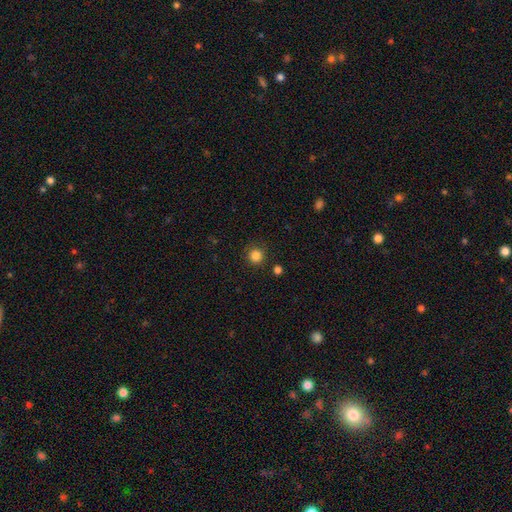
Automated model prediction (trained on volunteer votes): A smooth galaxy with no disk features (84%) that is round (95%).

Vote fractions:
- Smooth or featured? smooth: 84% / star or artifact: 12% / featured or disk: 4%
- How rounded? round: 95% / in between: 4% / cigar-shaped: 1%
- Merging? none: 88% / minor disturbance: 7% / merger: 3% / major disturbance: 2%